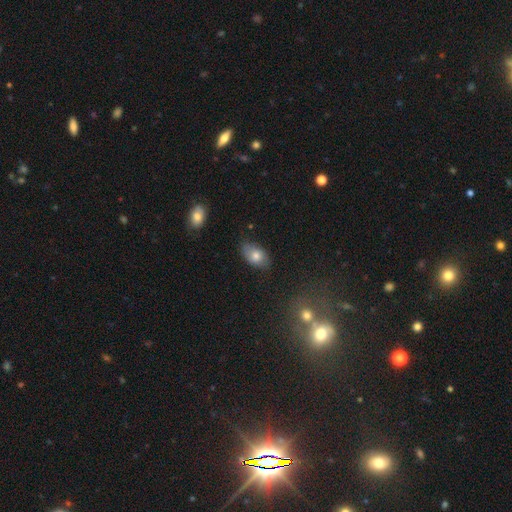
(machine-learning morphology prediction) A smooth galaxy with no disk features (76%) that is in between round and cigar-shaped (90%).

Vote fractions:
- Smooth or featured? smooth: 76% / featured or disk: 15% / star or artifact: 8%
- How rounded? in between: 90% / round: 9% / cigar-shaped: 2%
- Merging? none: 74% / minor disturbance: 20% / major disturbance: 4% / merger: 2%